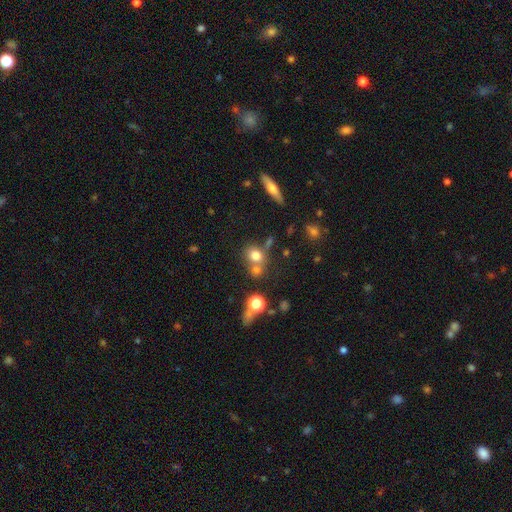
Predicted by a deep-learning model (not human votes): Q: Smooth or featured?
A: smooth (75%); runner-up: star or artifact (14%)
Q: How rounded?
A: round (66%); runner-up: in between (33%)
Q: Merging?
A: none (50%); runner-up: merger (34%)